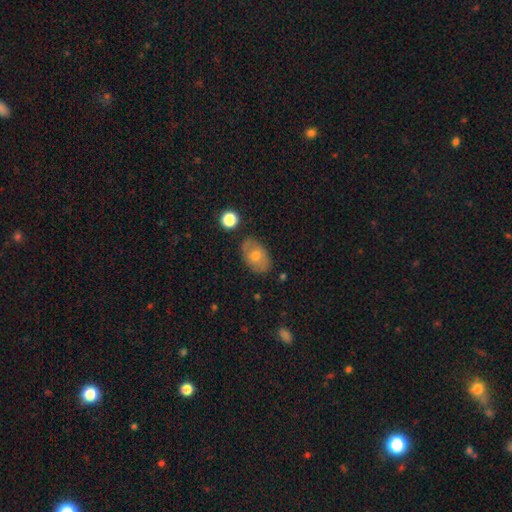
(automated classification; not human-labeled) smooth_or_featured: smooth (p=0.61) [alt: featured or disk p=0.30]
how_rounded: in between (p=0.84) [alt: round p=0.15]
merging: none (p=0.79) [alt: minor disturbance p=0.15]